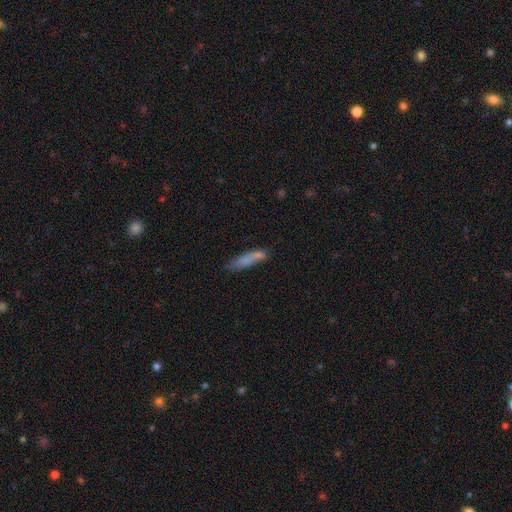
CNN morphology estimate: smooth-or-featured: smooth: 73% | featured or disk: 19% | star or artifact: 9%
  how-rounded: cigar-shaped: 84% | in between: 14% | round: 2%
  merging: none: 66% | minor disturbance: 20% | merger: 9% | major disturbance: 6%